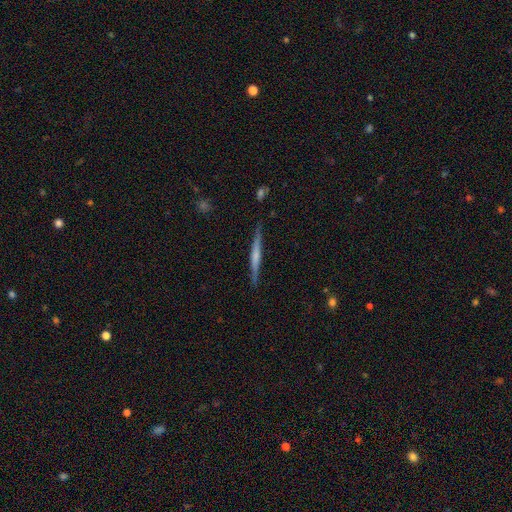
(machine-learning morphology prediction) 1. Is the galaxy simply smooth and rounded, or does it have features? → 56% featured or disk, 38% smooth, 6% star or artifact.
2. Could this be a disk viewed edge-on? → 97% yes, 3% no.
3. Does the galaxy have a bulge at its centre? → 46% none, 37% rounded, 17% boxy.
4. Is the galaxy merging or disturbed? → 88% none, 9% minor disturbance, 2% major disturbance, 1% merger.